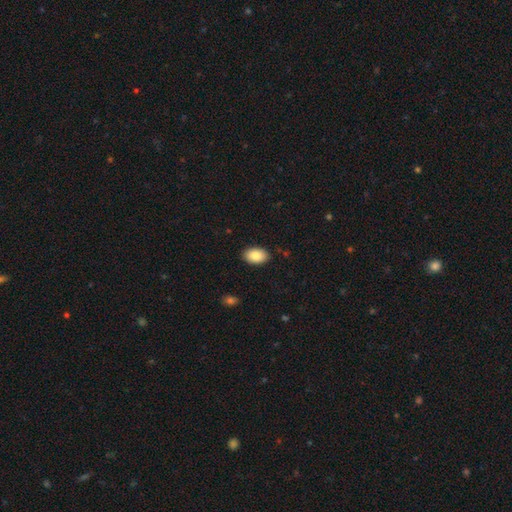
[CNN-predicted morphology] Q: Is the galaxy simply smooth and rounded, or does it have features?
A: smooth — 86%.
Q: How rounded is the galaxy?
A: in between — 91%.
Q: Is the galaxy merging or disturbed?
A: none — 89%.